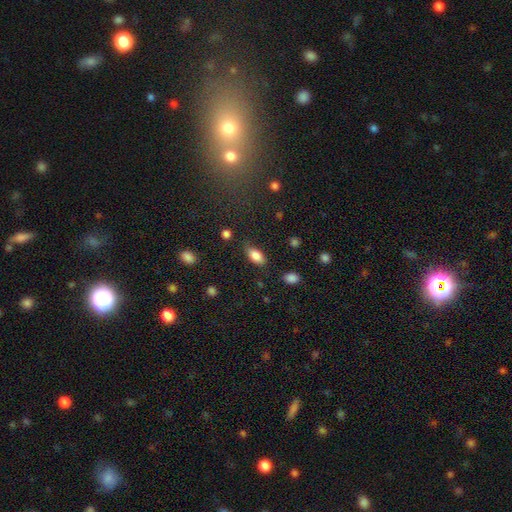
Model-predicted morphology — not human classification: Smooth or featured: smooth — 84% (featured or disk — 8%)
How rounded: in between — 89% (cigar-shaped — 7%)
Merging: none — 79% (minor disturbance — 16%)